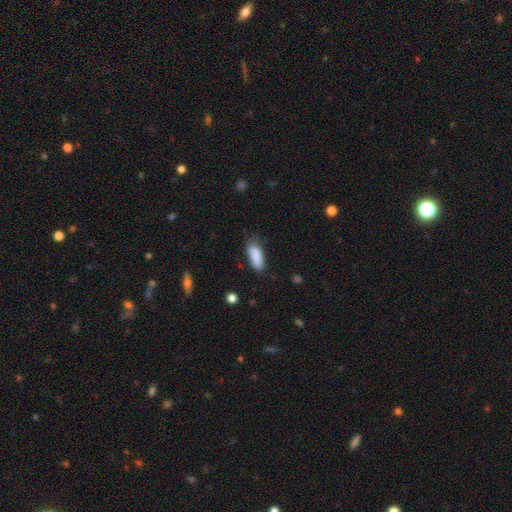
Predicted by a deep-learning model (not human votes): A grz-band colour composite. It shows a smooth galaxy with no disk features (87%) that is in between round and cigar-shaped (80%). Merging: none (60%).